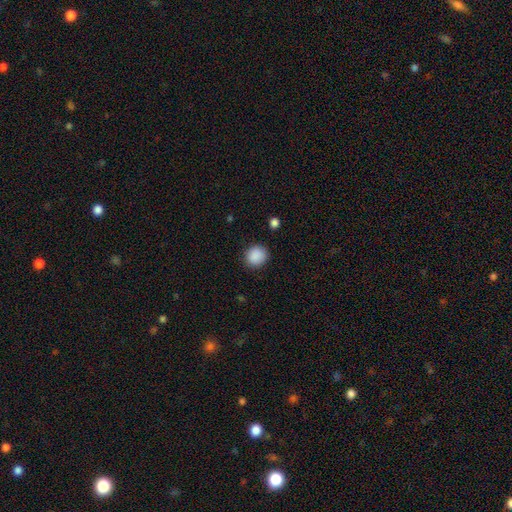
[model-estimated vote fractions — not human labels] Smooth or featured?
  - smooth: 89% *
  - star or artifact: 8%
  - featured or disk: 3%
How rounded?
  - round: 82% *
  - in between: 17%
  - cigar-shaped: 1%
Merging?
  - none: 88% *
  - minor disturbance: 8%
  - major disturbance: 3%
  - merger: 1%